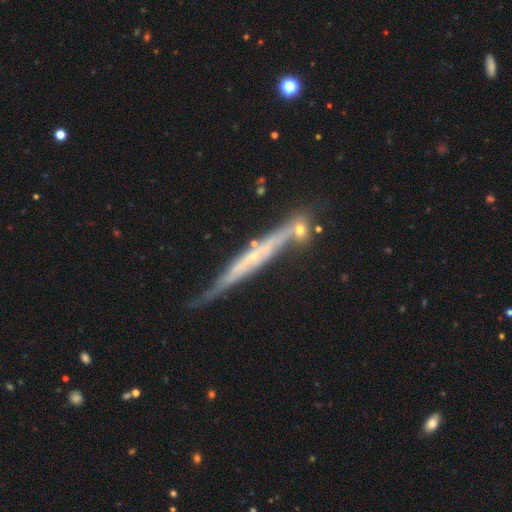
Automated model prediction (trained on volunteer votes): Smooth or featured?
  - featured or disk: 74% *
  - smooth: 18%
  - star or artifact: 8%
Edge-on disk?
  - yes: 91% *
  - no: 9%
Edge-on bulge?
  - none: 62% *
  - rounded: 29%
  - boxy: 9%
Merging?
  - none: 64% *
  - minor disturbance: 20%
  - merger: 10%
  - major disturbance: 5%